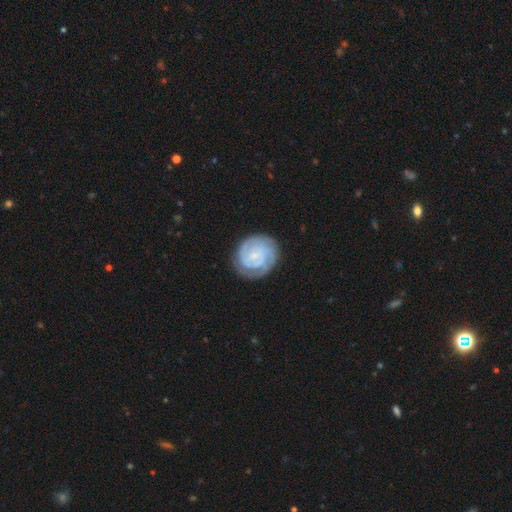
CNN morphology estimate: The model was most divided on "spiral arm count": 2: 32%, can't tell: 27%, 3: 22%, 4: 8%, 1: 6%, more than 4: 5%. More confident: edge-on disk — no (98%); spiral arms — yes (96%); smooth or featured — featured or disk (81%); merging — none (78%); spiral winding — tight (77%); bulge size — small (69%); bar — no (50%).